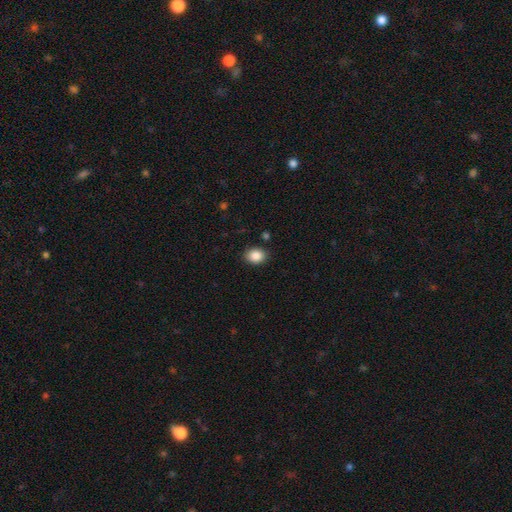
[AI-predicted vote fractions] Q: Smooth or featured?
A: smooth (87%); runner-up: star or artifact (9%)
Q: How rounded?
A: in between (55%); runner-up: round (44%)
Q: Merging?
A: none (88%); runner-up: minor disturbance (8%)